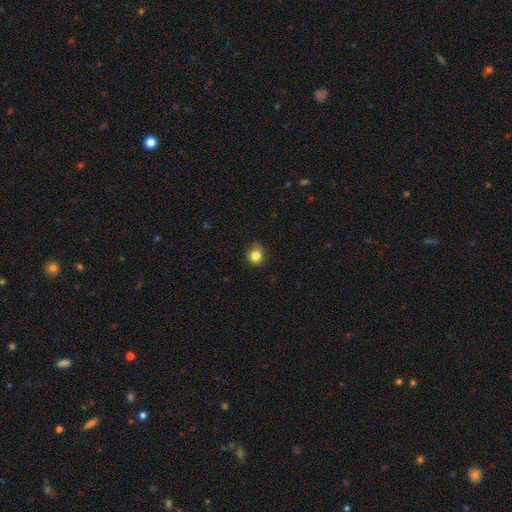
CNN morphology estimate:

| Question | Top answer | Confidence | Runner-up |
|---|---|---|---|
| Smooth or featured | smooth | 83% | star or artifact (11%) |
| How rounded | round | 77% | in between (22%) |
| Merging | none | 73% | minor disturbance (22%) |